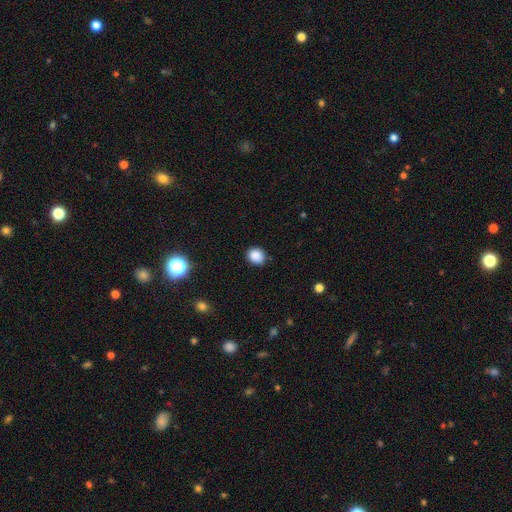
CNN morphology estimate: Smooth or featured?
  - smooth: 86% *
  - star or artifact: 11%
  - featured or disk: 3%
How rounded?
  - round: 71% *
  - in between: 28%
  - cigar-shaped: 1%
Merging?
  - none: 84% *
  - minor disturbance: 12%
  - major disturbance: 3%
  - merger: 1%